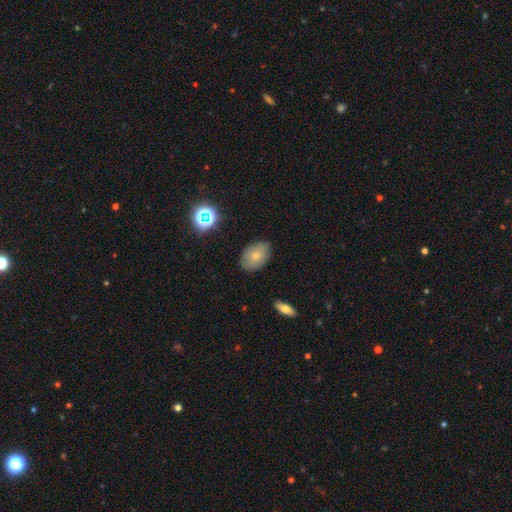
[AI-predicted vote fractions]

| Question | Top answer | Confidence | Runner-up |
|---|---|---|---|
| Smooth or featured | smooth | 73% | featured or disk (17%) |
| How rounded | in between | 84% | round (15%) |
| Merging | none | 81% | minor disturbance (14%) |